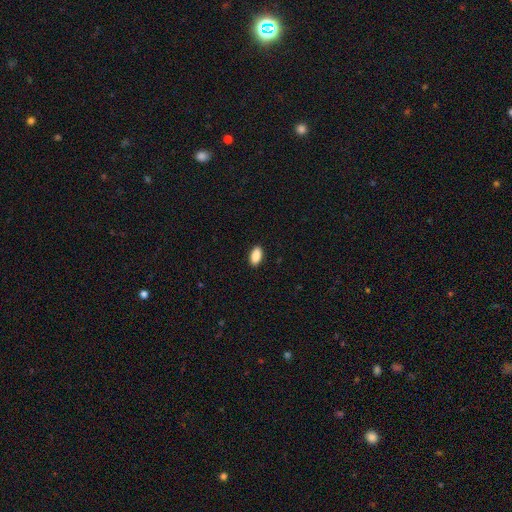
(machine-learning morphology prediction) A smooth galaxy with no disk features (90%) that is in between round and cigar-shaped (93%). Merging: none (91%).